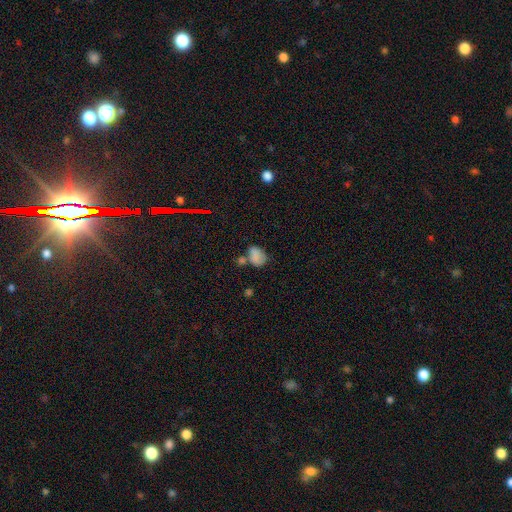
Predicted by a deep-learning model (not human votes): Morphology: type=smooth (74%); roundness=in between (67%); merging=none (40%).